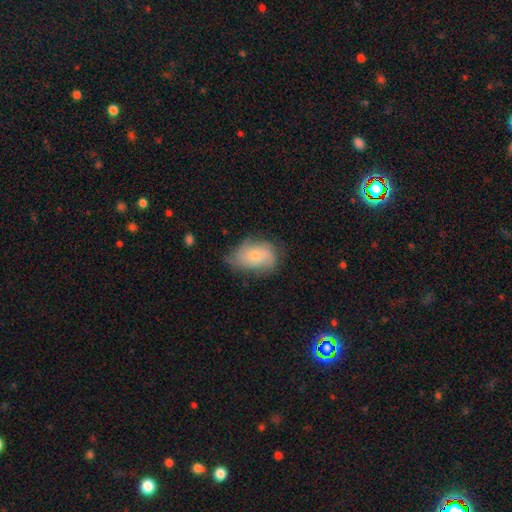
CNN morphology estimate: Smooth or featured? Predicted: smooth (p=0.56). How rounded? Predicted: in between (p=0.81). Merging? Predicted: none (p=0.55).